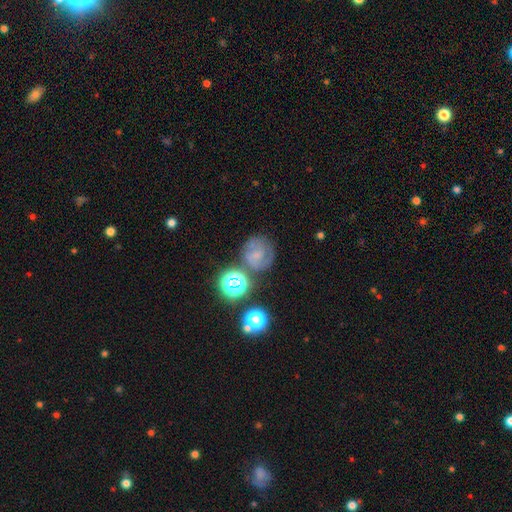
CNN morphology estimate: featured or disk 44%, smooth 37%, star or artifact 19%. Down the decision tree: merging — none (63%).